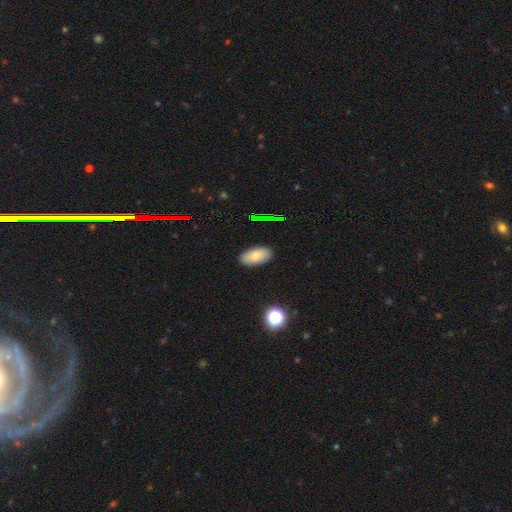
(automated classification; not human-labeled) Smooth or featured?
  - smooth: 78% *
  - featured or disk: 13%
  - star or artifact: 10%
How rounded?
  - in between: 94% *
  - round: 4%
  - cigar-shaped: 3%
Merging?
  - none: 88% *
  - minor disturbance: 9%
  - major disturbance: 2%
  - merger: 1%